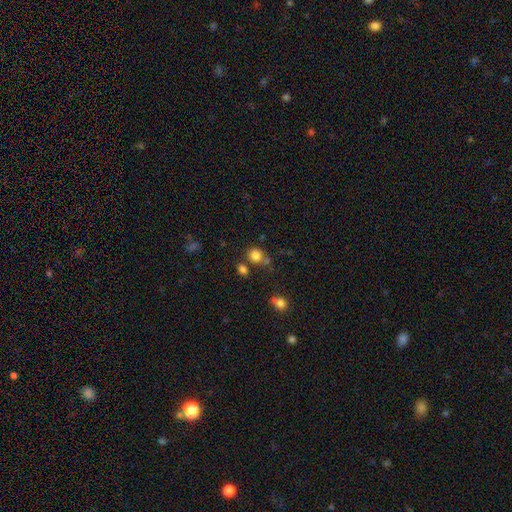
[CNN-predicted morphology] This is clearly a smooth galaxy (82%). How rounded: likely round (78%). Merging: likely none (68%).